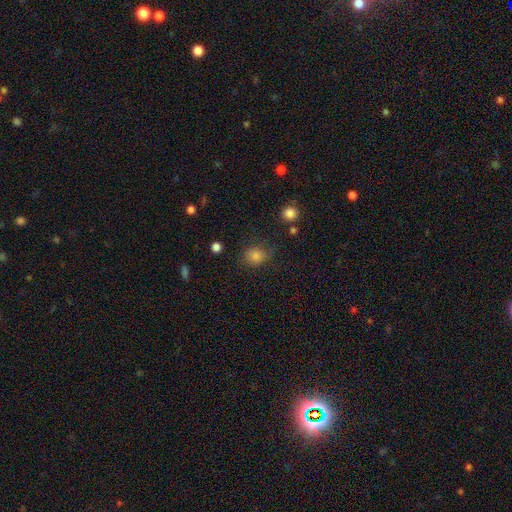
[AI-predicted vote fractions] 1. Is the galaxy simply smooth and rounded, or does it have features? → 79% smooth, 16% star or artifact, 6% featured or disk.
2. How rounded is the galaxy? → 70% round, 29% in between, 1% cigar-shaped.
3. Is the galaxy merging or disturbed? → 75% none, 16% minor disturbance, 6% major disturbance, 2% merger.